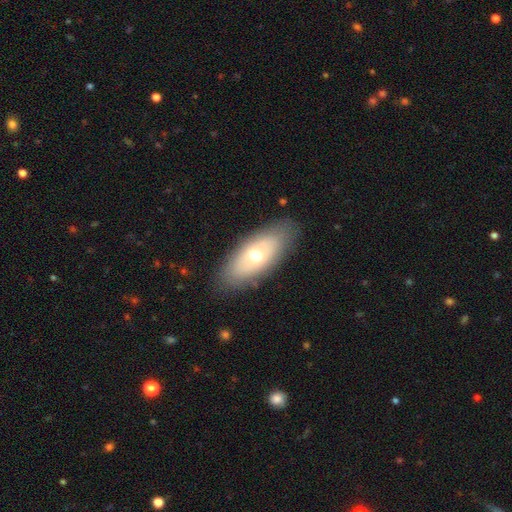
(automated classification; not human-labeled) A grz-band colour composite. It shows a smooth galaxy with no disk features (55%) that is in between round and cigar-shaped (84%). Merging: none (83%).